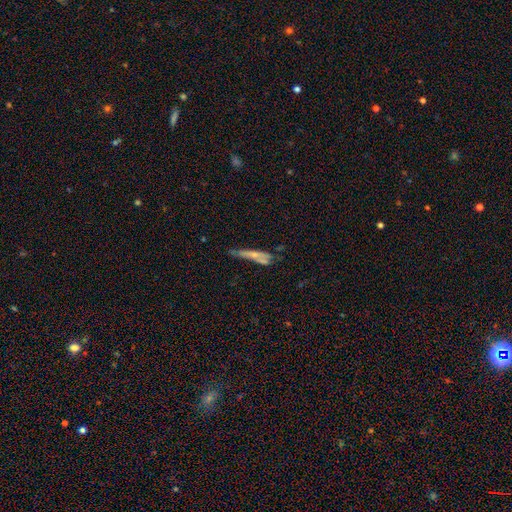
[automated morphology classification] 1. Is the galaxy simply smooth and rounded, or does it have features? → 48% smooth, 41% featured or disk, 11% star or artifact.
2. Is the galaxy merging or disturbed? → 41% none, 28% minor disturbance, 21% major disturbance, 10% merger.